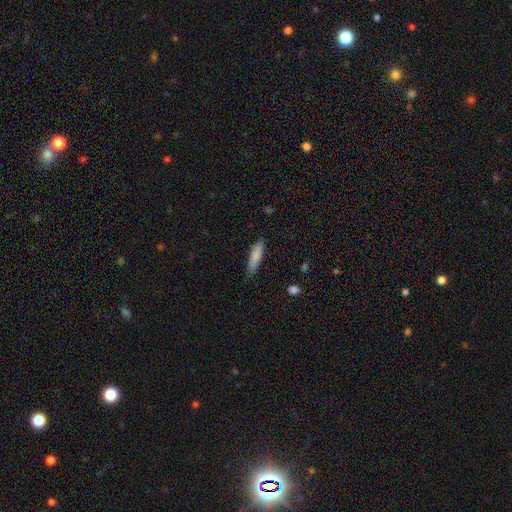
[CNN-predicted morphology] type=smooth (83%); roundness=cigar-shaped (64%); merging=none (79%).